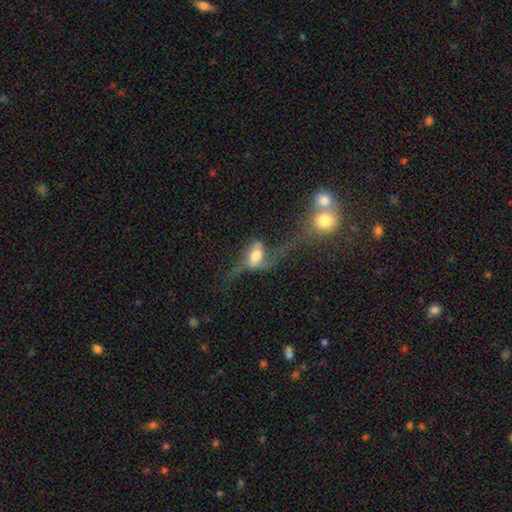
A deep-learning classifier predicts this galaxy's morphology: Overall: featured or disk (60%; smooth 30%). Edge-on disk: no (68%; yes 32%). Merging: major disturbance (39%; merger 28%).